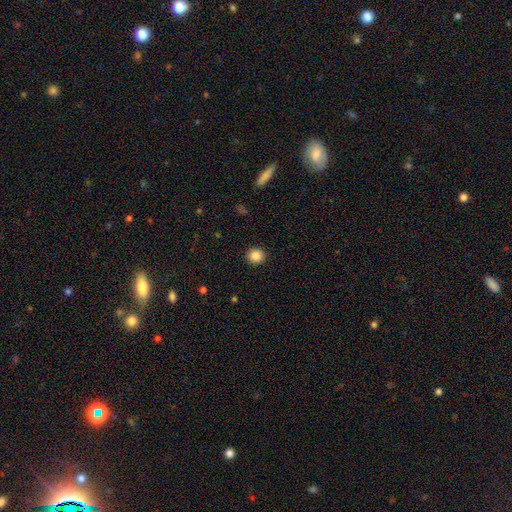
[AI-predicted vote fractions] Smooth or featured?
  - smooth: 87% *
  - star or artifact: 10%
  - featured or disk: 3%
How rounded?
  - round: 90% *
  - in between: 9%
  - cigar-shaped: 1%
Merging?
  - none: 92% *
  - minor disturbance: 5%
  - major disturbance: 2%
  - merger: 1%